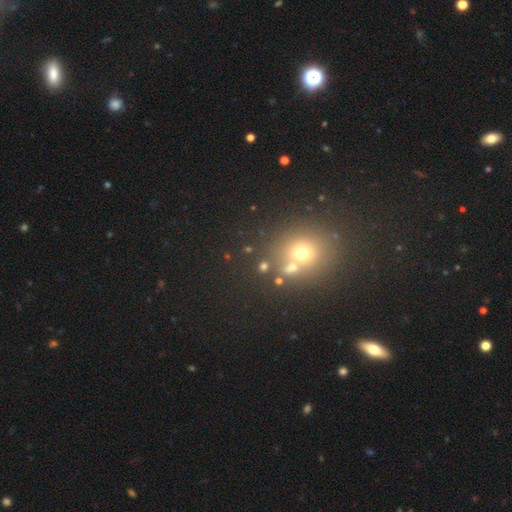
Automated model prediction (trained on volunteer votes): A smooth galaxy with no disk features (52%) that is round (75%). Merging: none (67%).